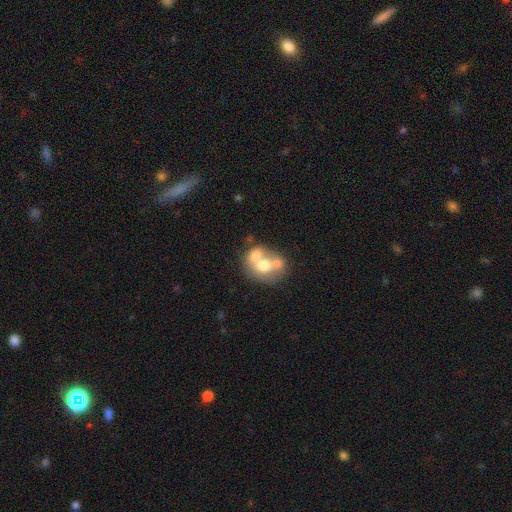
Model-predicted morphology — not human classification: Overall: smooth (55%; featured or disk 36%). How rounded: round (54%; in between 45%). Merging: merger (63%; none 24%).